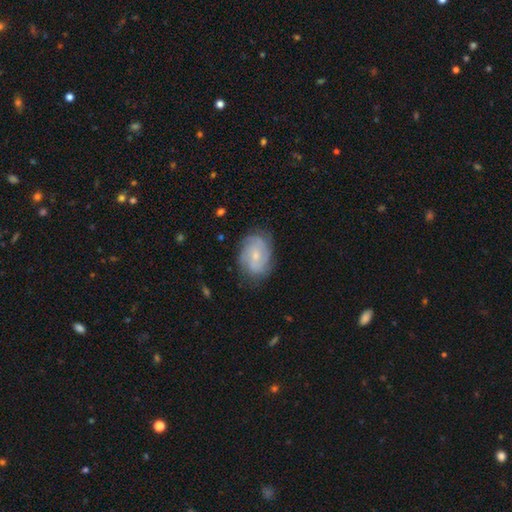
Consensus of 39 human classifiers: A featured or disk galaxy (87%) with no bar (56%), 3 (41%) tight (66%) spiral arms (94%) and a small central bulge (50%). Merging: none (77%).